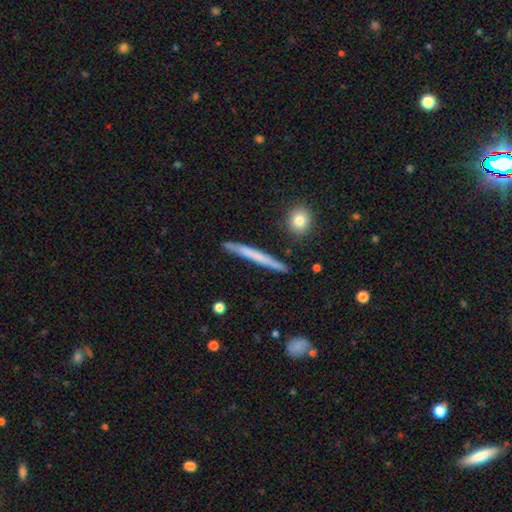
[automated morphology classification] A smooth galaxy with no disk features (53%) that is cigar-shaped (96%). Merging: none (85%).